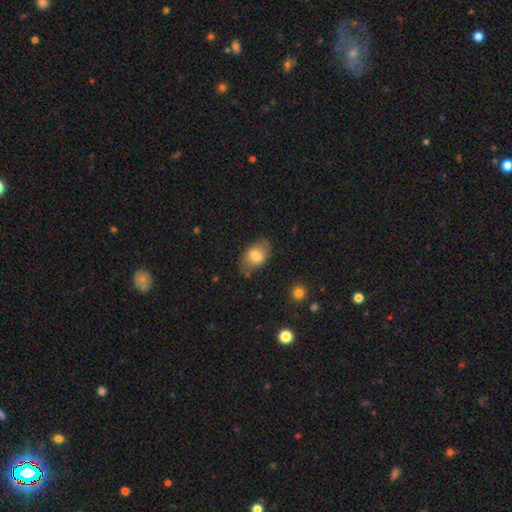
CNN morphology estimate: Smooth or featured? smooth (71%)
How rounded? in between (86%)
Merging? none (70%)